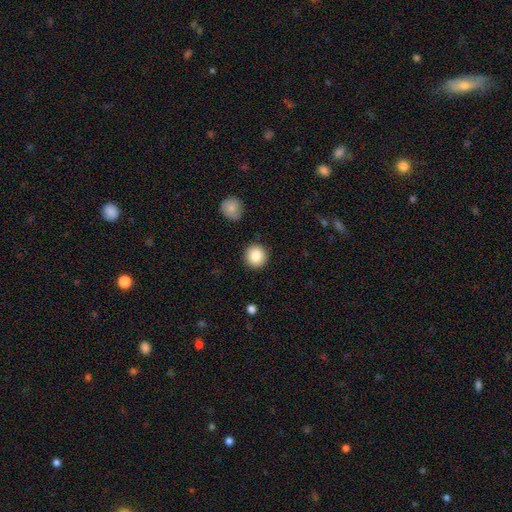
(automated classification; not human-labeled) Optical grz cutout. It shows a smooth galaxy with no disk features (86%) that is round (93%). Merging: none (90%).